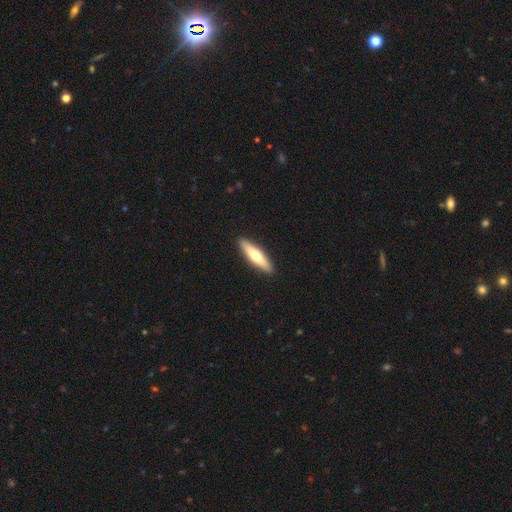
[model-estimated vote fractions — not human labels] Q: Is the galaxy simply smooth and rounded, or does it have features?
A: smooth — 62%.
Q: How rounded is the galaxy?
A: cigar-shaped — 74%.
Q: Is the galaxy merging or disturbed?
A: none — 91%.